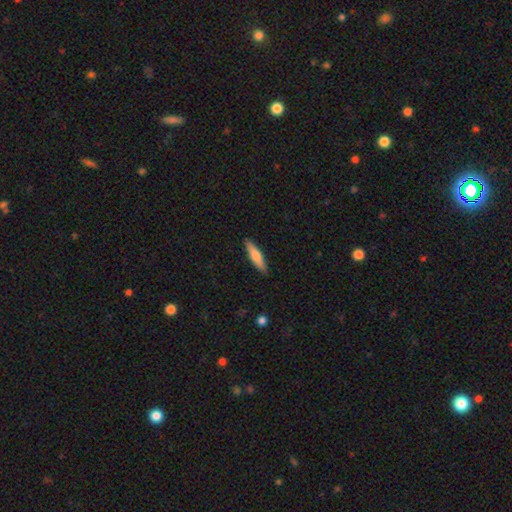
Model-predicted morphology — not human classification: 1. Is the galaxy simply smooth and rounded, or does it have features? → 67% smooth, 27% featured or disk, 5% star or artifact.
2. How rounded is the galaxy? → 78% cigar-shaped, 21% in between, 2% round.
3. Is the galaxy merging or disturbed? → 90% none, 8% minor disturbance, 1% major disturbance, 1% merger.